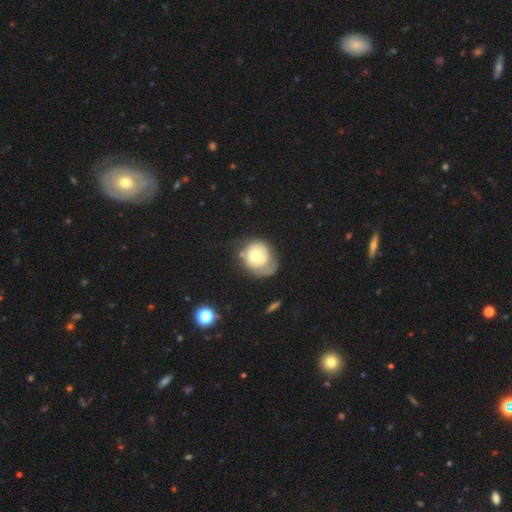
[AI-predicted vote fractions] This appears to be a smooth galaxy with no disk features (51%) that is round (73%). Merging: none (31%).